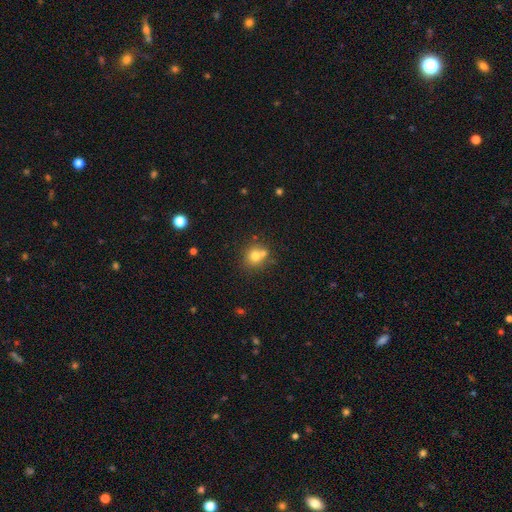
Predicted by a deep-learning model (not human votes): A smooth galaxy with no disk features (72%) that is round (81%).

Vote fractions:
- Smooth or featured? smooth: 72% / featured or disk: 14% / star or artifact: 14%
- How rounded? round: 81% / in between: 18% / cigar-shaped: 1%
- Merging? none: 54% / merger: 32% / minor disturbance: 10% / major disturbance: 4%